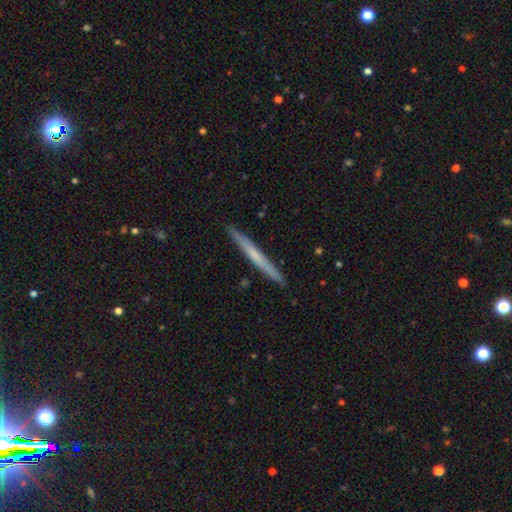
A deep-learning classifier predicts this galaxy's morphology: Smooth or featured? featured or disk (48%)
Merging? none (91%)